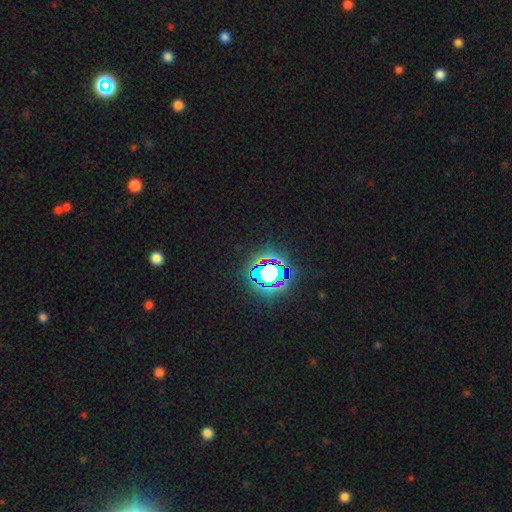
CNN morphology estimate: type=star or artifact (79%).